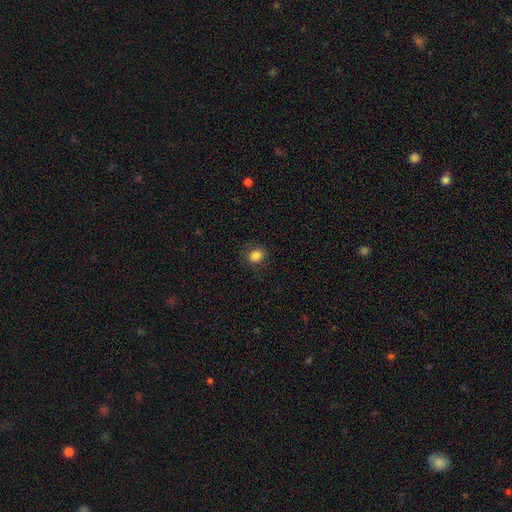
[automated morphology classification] The model was most divided on "how rounded": round: 53%, in between: 46%, cigar-shaped: 1%. More confident: smooth or featured — smooth (84%); merging — none (82%).